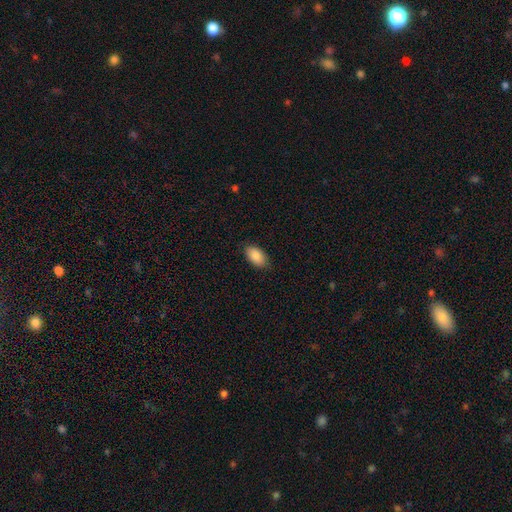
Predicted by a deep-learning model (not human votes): Smooth or featured: smooth — 89% (star or artifact — 6%)
How rounded: in between — 94% (round — 4%)
Merging: none — 85% (minor disturbance — 12%)